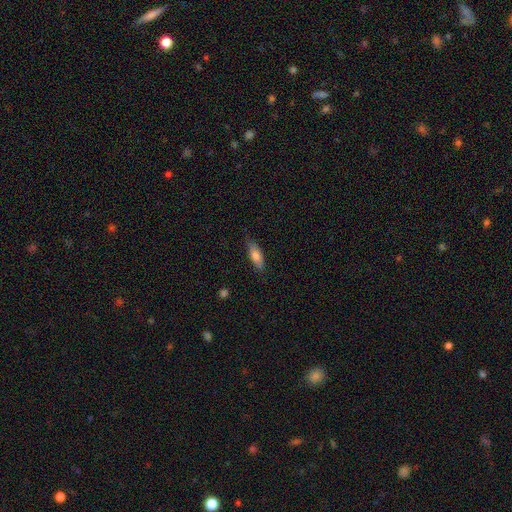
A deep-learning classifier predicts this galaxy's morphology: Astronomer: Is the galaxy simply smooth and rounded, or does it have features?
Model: smooth — 73%.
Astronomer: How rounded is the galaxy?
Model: in between — 57% (runner-up: cigar-shaped, 40%).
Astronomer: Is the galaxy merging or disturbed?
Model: none — 79%.